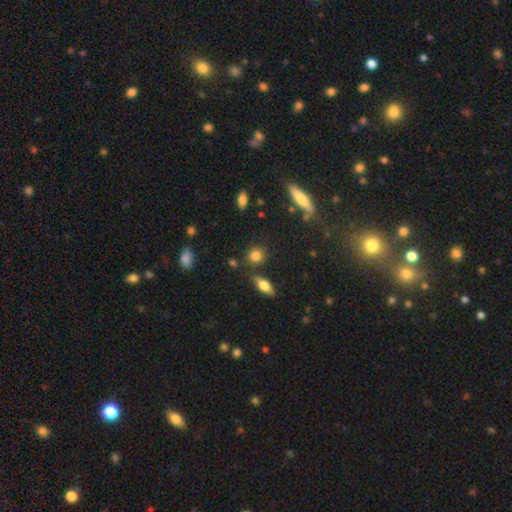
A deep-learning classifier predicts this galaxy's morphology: A smooth galaxy with no disk features (80%) that is round (81%). Merging: none (80%).